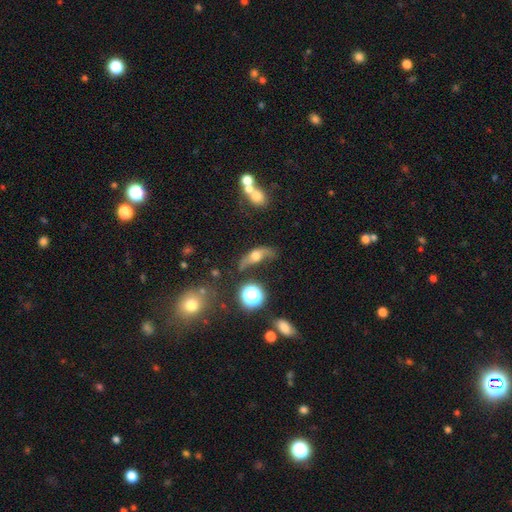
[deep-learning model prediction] A featured or disk galaxy (48%).

Vote fractions:
- Smooth or featured? featured or disk: 48% / smooth: 40% / star or artifact: 12%
- Merging? none: 44% / minor disturbance: 27% / major disturbance: 20% / merger: 8%